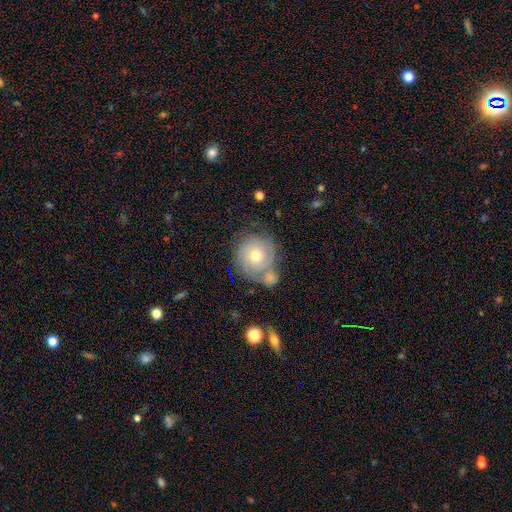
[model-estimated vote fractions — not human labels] Smooth or featured? featured or disk (55%)
Edge-on disk? no (97%)
Bar? no (83%)
Spiral arms? yes (77%)
Bulge size? moderate (67%)
Merging? none (51%)